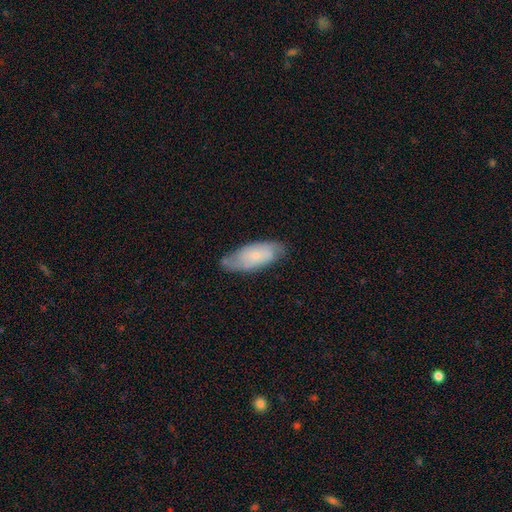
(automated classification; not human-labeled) Morphology: type=featured or disk (49%); merging=none (69%).